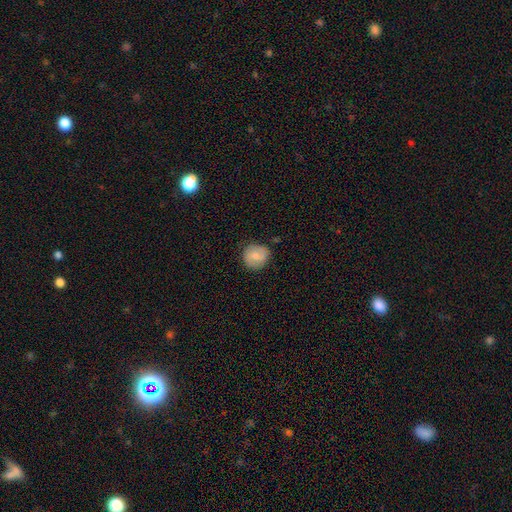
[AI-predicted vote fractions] A smooth galaxy with no disk features (72%) that is round (87%). Merging: none (78%).